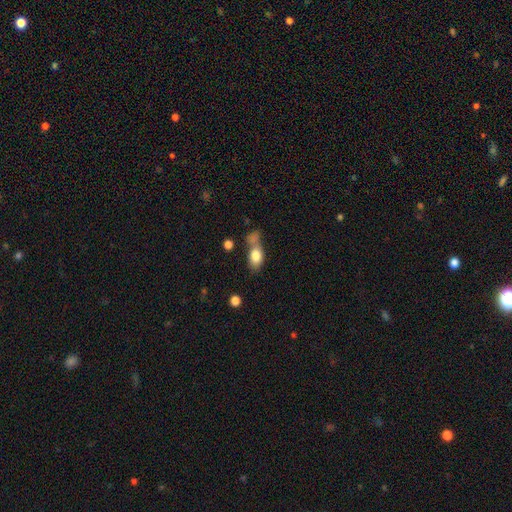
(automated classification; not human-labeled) Smooth or featured: smooth — 79% (featured or disk — 13%)
How rounded: in between — 82% (round — 12%)
Merging: none — 39% (merger — 32%)